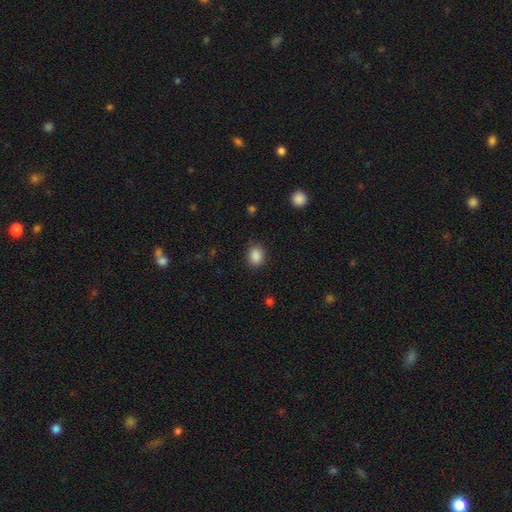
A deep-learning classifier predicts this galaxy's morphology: A smooth galaxy with no disk features (88%) that is round (51%).

Vote fractions:
- Smooth or featured? smooth: 88% / star or artifact: 9% / featured or disk: 3%
- How rounded? round: 51% / in between: 48% / cigar-shaped: 1%
- Merging? none: 86% / minor disturbance: 10% / major disturbance: 3% / merger: 1%